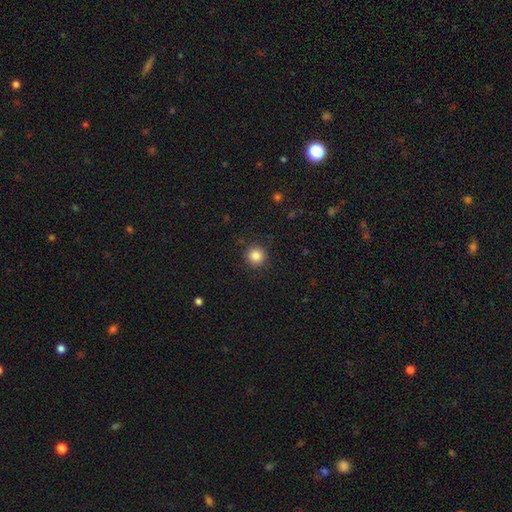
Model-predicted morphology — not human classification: A smooth galaxy with no disk features (85%) that is round (95%).

Vote fractions:
- Smooth or featured? smooth: 85% / star or artifact: 10% / featured or disk: 4%
- How rounded? round: 95% / in between: 4% / cigar-shaped: 1%
- Merging? none: 91% / minor disturbance: 6% / major disturbance: 2% / merger: 1%